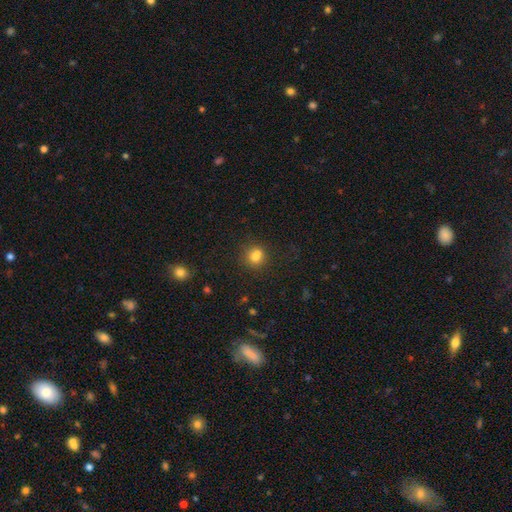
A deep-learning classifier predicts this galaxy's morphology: type=smooth (79%); roundness=round (67%); merging=none (65%).